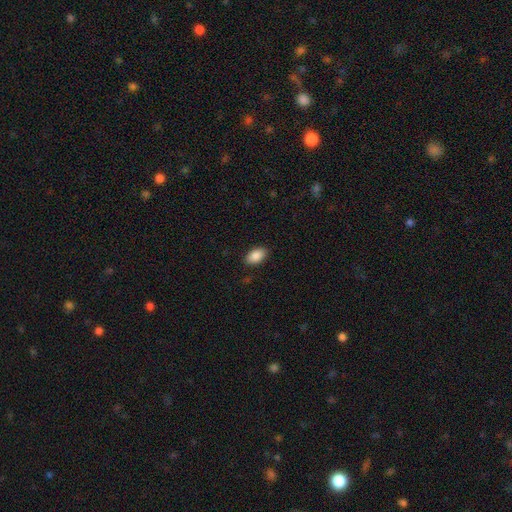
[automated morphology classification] Smooth or featured?
  - smooth: 89% *
  - star or artifact: 7%
  - featured or disk: 4%
How rounded?
  - in between: 93% *
  - round: 5%
  - cigar-shaped: 2%
Merging?
  - none: 88% *
  - minor disturbance: 9%
  - major disturbance: 2%
  - merger: 1%